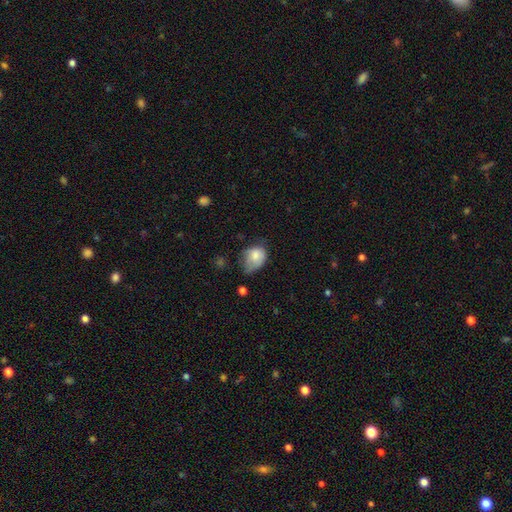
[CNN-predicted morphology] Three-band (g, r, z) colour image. It shows a smooth galaxy with no disk features (77%) that is in between round and cigar-shaped (65%). Merging: minor disturbance (45%).